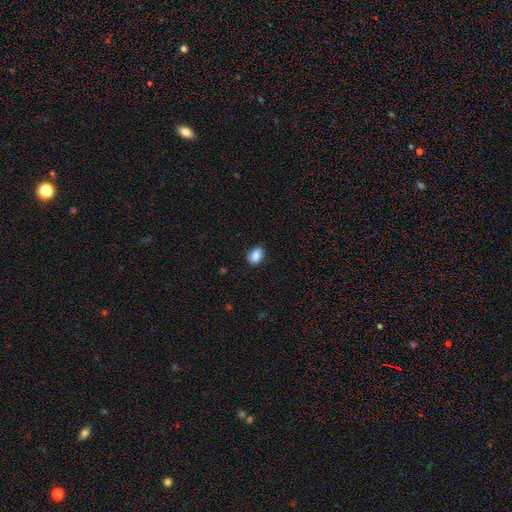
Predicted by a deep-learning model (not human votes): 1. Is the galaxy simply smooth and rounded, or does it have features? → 86% smooth, 8% star or artifact, 5% featured or disk.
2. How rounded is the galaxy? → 77% in between, 22% round, 1% cigar-shaped.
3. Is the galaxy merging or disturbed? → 86% none, 11% minor disturbance, 2% major disturbance, 1% merger.